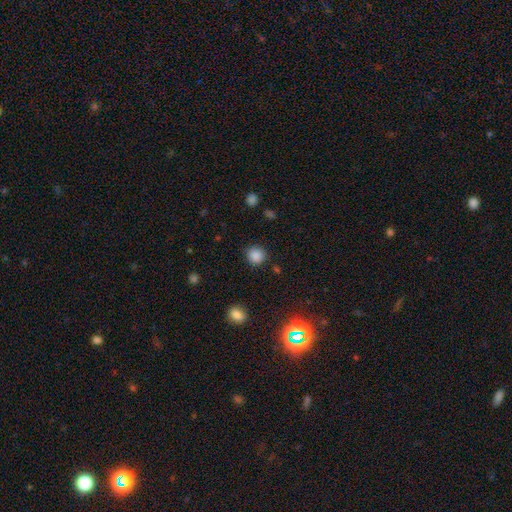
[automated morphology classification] Smooth or featured: smooth — 85% (star or artifact — 12%)
How rounded: round — 91% (in between — 8%)
Merging: none — 87% (minor disturbance — 8%)